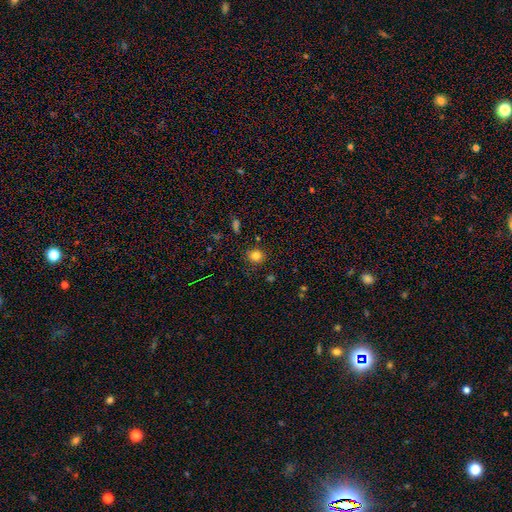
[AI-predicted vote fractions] Smooth or featured?
  - smooth: 80% *
  - star or artifact: 14%
  - featured or disk: 7%
How rounded?
  - round: 82% *
  - in between: 17%
  - cigar-shaped: 1%
Merging?
  - none: 85% *
  - minor disturbance: 10%
  - major disturbance: 3%
  - merger: 2%